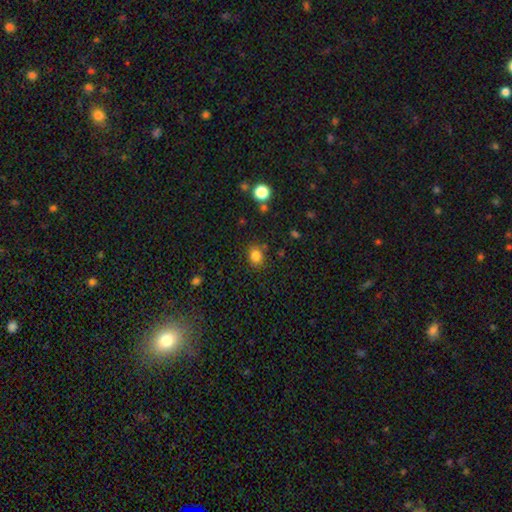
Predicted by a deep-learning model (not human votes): Q: Smooth or featured?
A: smooth (82%); runner-up: star or artifact (13%)
Q: How rounded?
A: round (63%); runner-up: in between (37%)
Q: Merging?
A: none (81%); runner-up: minor disturbance (13%)